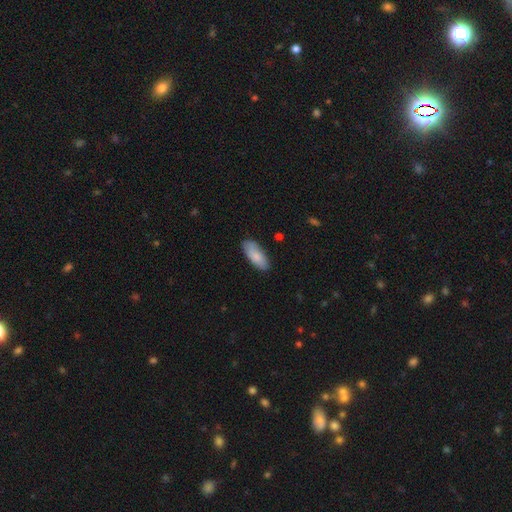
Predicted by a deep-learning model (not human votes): Smooth or featured? Predicted: smooth (p=0.83). How rounded? Predicted: in between (p=0.82). Merging? Predicted: none (p=0.81).